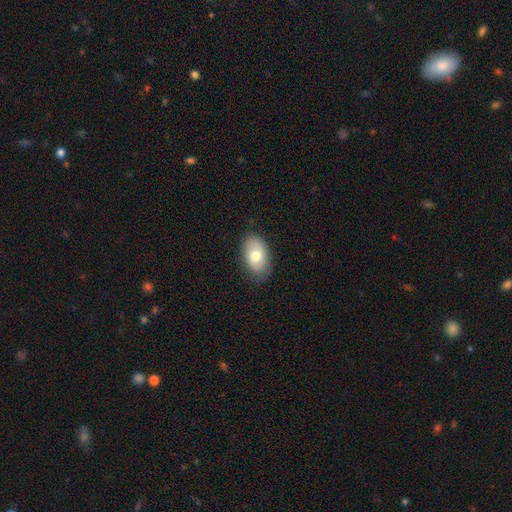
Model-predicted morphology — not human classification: This is likely a smooth galaxy (71%). How rounded: clearly in between (91%). Merging: clearly none (82%).